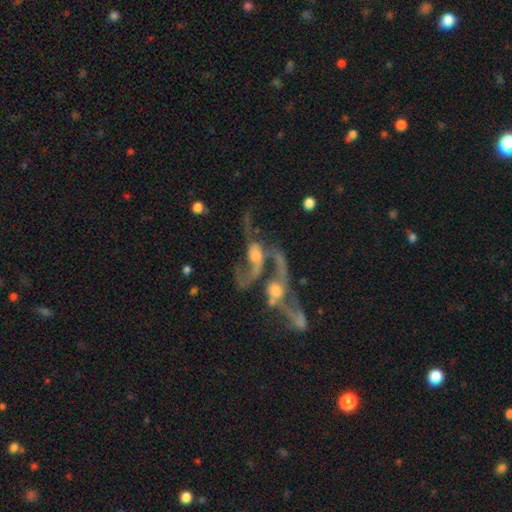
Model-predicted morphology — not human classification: A featured or disk galaxy (72%) with no bar (65%), 2 (51%) loose (72%) spiral arms (78%) and a moderate central bulge (43%). Merging: merger (59%).